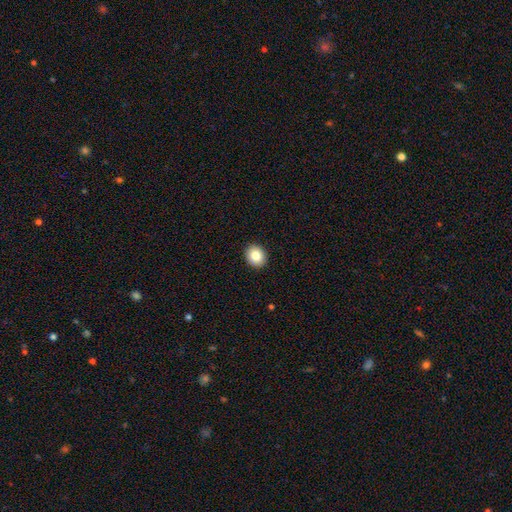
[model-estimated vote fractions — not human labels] Smooth or featured: smooth — 83% (star or artifact — 9%)
How rounded: round — 70% (in between — 29%)
Merging: none — 92% (minor disturbance — 5%)